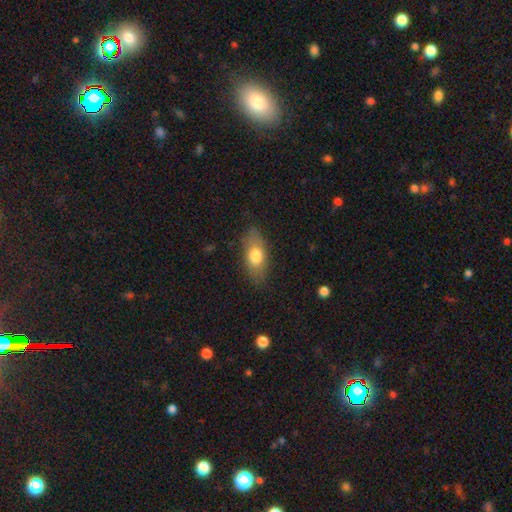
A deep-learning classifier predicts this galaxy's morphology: Smooth or featured: smooth — 73% (featured or disk — 19%)
How rounded: in between — 80% (cigar-shaped — 13%)
Merging: none — 78% (minor disturbance — 16%)